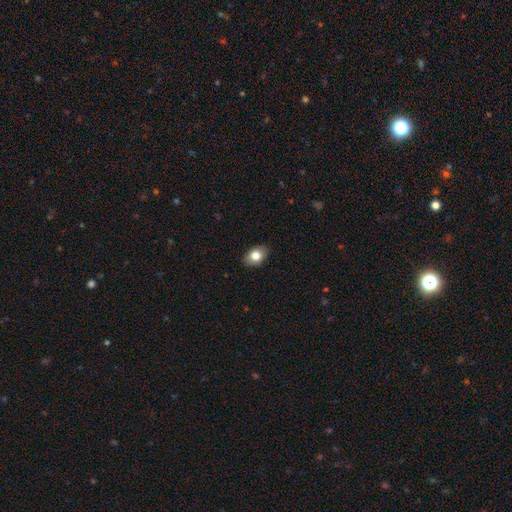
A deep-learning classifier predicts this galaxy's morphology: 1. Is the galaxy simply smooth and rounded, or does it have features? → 81% smooth, 11% featured or disk, 8% star or artifact.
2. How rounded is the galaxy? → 80% in between, 18% round, 1% cigar-shaped.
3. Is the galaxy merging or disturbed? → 88% none, 9% minor disturbance, 2% major disturbance, 1% merger.